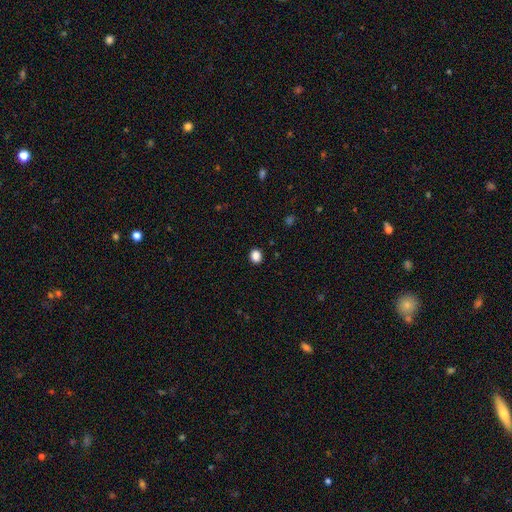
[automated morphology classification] Smooth or featured: smooth — 87% (star or artifact — 11%)
How rounded: round — 57% (in between — 42%)
Merging: none — 90% (minor disturbance — 7%)